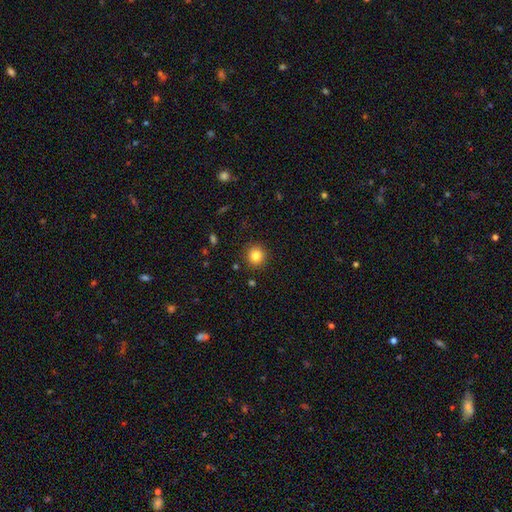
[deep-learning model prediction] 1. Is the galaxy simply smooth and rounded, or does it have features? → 83% smooth, 11% star or artifact, 6% featured or disk.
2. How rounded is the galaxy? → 93% round, 6% in between, 1% cigar-shaped.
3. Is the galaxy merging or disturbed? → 91% none, 6% minor disturbance, 2% major disturbance, 1% merger.